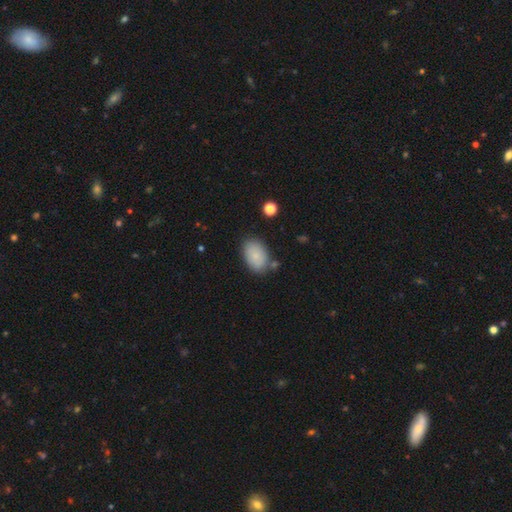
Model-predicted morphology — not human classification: The model was most divided on "merging": none: 79%, minor disturbance: 14%, merger: 4%, major disturbance: 4%. More confident: how rounded — in between (89%); smooth or featured — smooth (84%).